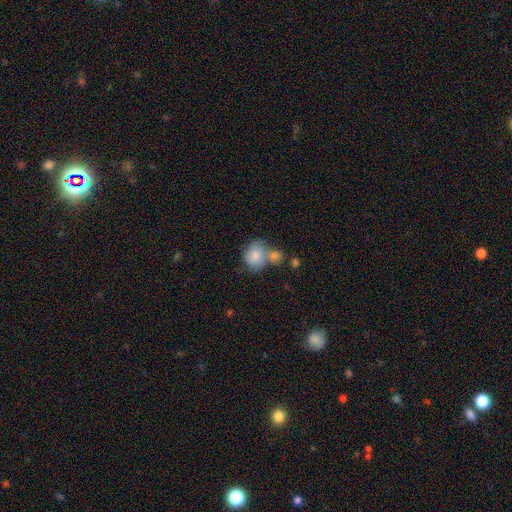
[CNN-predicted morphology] Smooth or featured? Predicted: smooth (p=0.81). How rounded? Predicted: round (p=0.60). Merging? Predicted: merger (p=0.43).